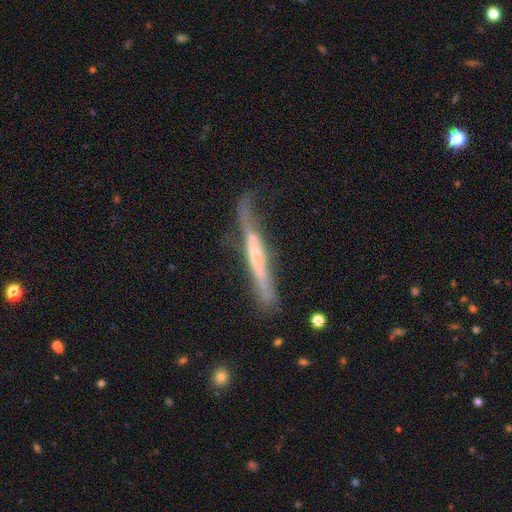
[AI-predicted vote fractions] Smooth or featured?
  - featured or disk: 70% *
  - smooth: 23%
  - star or artifact: 7%
Edge-on disk?
  - yes: 86% *
  - no: 14%
Edge-on bulge?
  - none: 51% *
  - rounded: 36%
  - boxy: 13%
Merging?
  - none: 49% *
  - minor disturbance: 29%
  - major disturbance: 16%
  - merger: 6%